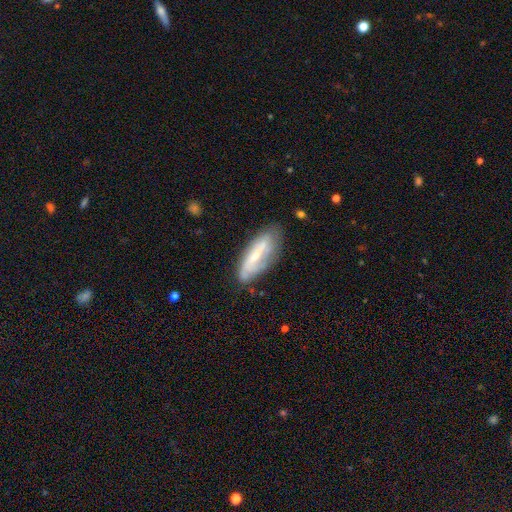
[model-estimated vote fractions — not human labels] smooth-or-featured: featured or disk: 56% | smooth: 36% | star or artifact: 8%
  disk-edge-on: no: 79% | yes: 21%
  merging: none: 66% | minor disturbance: 23% | major disturbance: 8% | merger: 3%